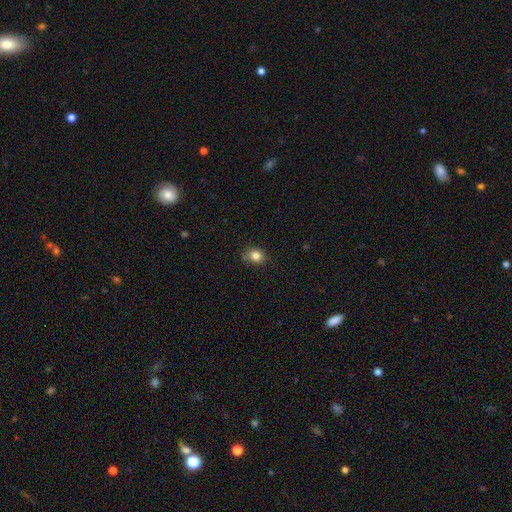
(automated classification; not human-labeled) smooth_or_featured: smooth (p=0.83) [alt: star or artifact p=0.11]
how_rounded: round (p=0.59) [alt: in between p=0.40]
merging: none (p=0.76) [alt: minor disturbance p=0.19]